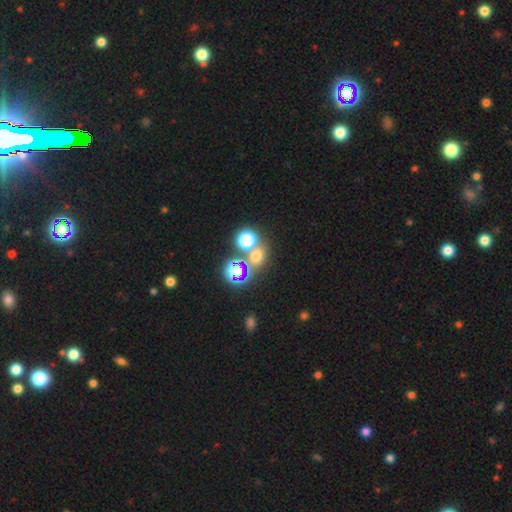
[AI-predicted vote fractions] Q: Smooth or featured?
A: smooth (52%); runner-up: star or artifact (38%)
Q: How rounded?
A: round (72%); runner-up: in between (27%)
Q: Merging?
A: none (57%); runner-up: merger (31%)